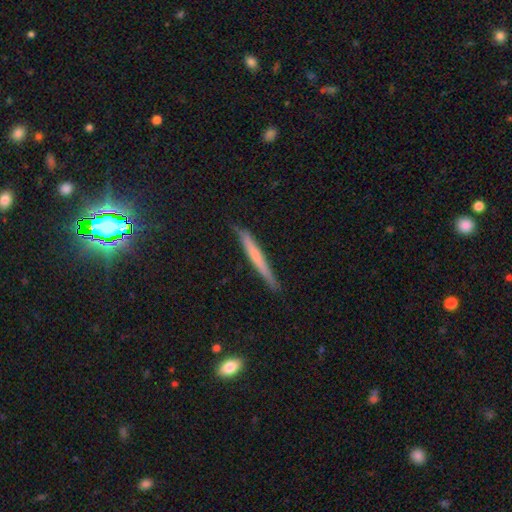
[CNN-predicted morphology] Smooth or featured?
  - smooth: 54% *
  - featured or disk: 39%
  - star or artifact: 6%
How rounded?
  - cigar-shaped: 96% *
  - in between: 2%
  - round: 1%
Merging?
  - none: 84% *
  - minor disturbance: 13%
  - major disturbance: 2%
  - merger: 1%